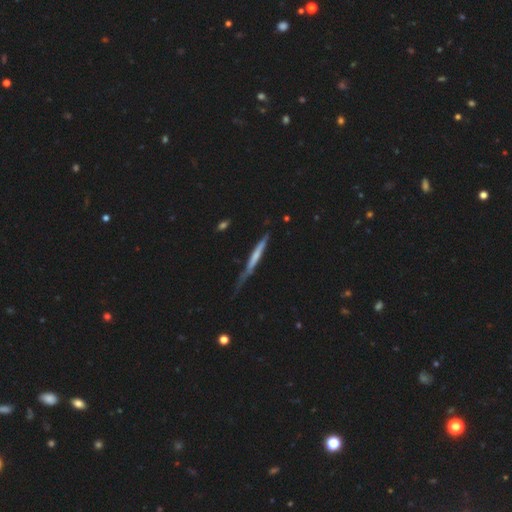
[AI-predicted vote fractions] This appears to be a featured or disk galaxy (50%) viewed edge-on (92%). Merging: none (53%).